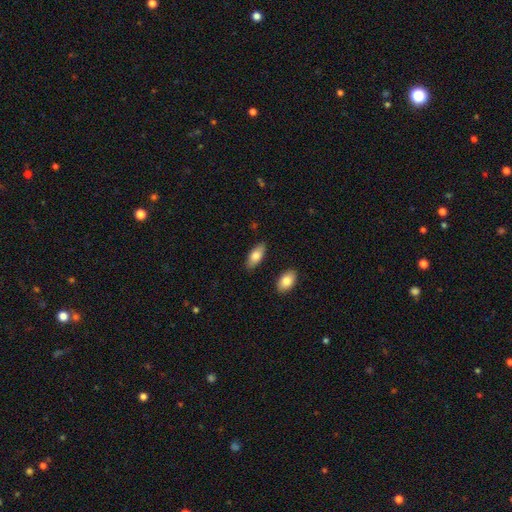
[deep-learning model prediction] A smooth galaxy with no disk features (79%) that is in between round and cigar-shaped (85%). Merging: none (85%).